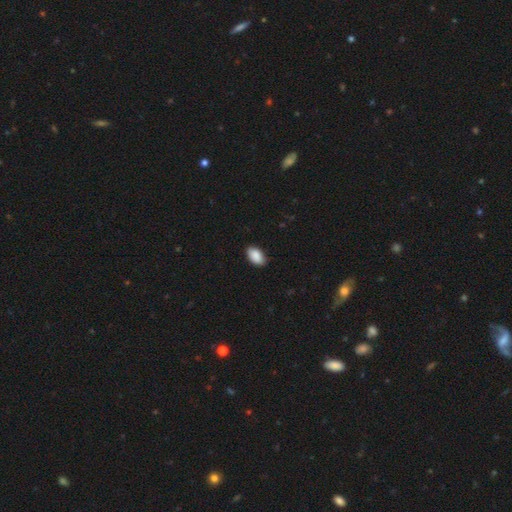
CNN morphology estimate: Smooth or featured? smooth (90%)
How rounded? in between (94%)
Merging? none (88%)